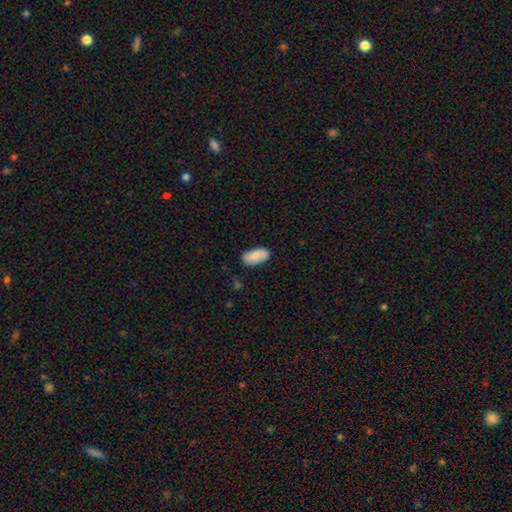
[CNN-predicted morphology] Smooth or featured? smooth (80%)
How rounded? in between (92%)
Merging? none (80%)